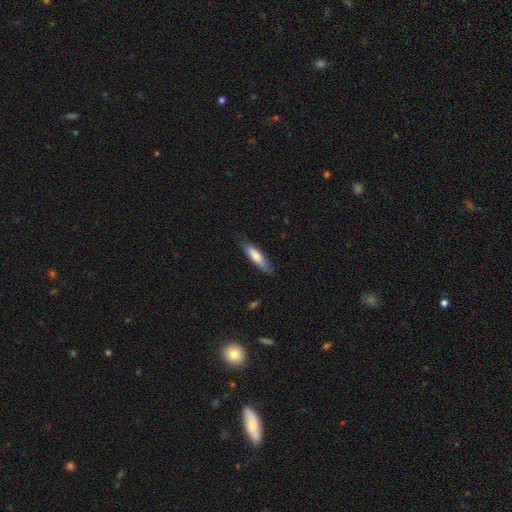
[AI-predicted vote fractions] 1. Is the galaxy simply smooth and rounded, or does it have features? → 75% smooth, 19% featured or disk, 5% star or artifact.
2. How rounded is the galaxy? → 66% cigar-shaped, 33% in between, 1% round.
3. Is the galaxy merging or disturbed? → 82% none, 14% minor disturbance, 3% major disturbance, 1% merger.